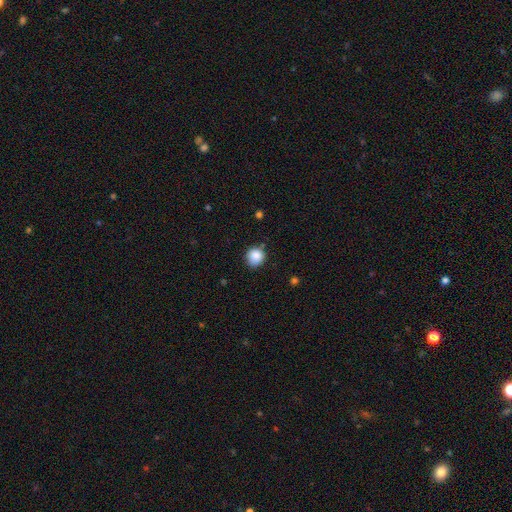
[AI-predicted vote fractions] A smooth galaxy with no disk features (87%) that is round (89%).

Vote fractions:
- Smooth or featured? smooth: 87% / star or artifact: 9% / featured or disk: 4%
- How rounded? round: 89% / in between: 10% / cigar-shaped: 1%
- Merging? none: 76% / minor disturbance: 19% / major disturbance: 4% / merger: 2%